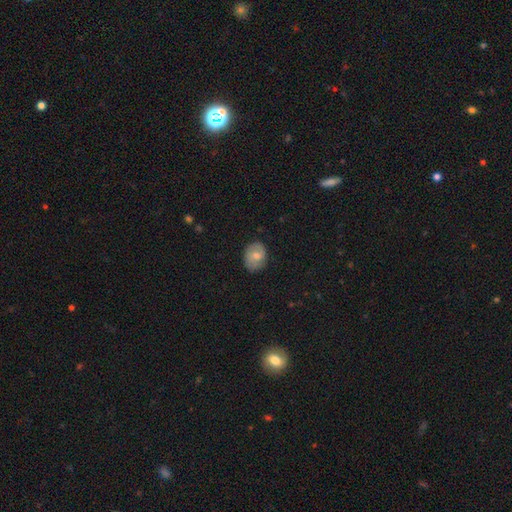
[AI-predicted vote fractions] Smooth or featured? Predicted: smooth (p=0.59). How rounded? Predicted: in between (p=0.52). Merging? Predicted: none (p=0.74).